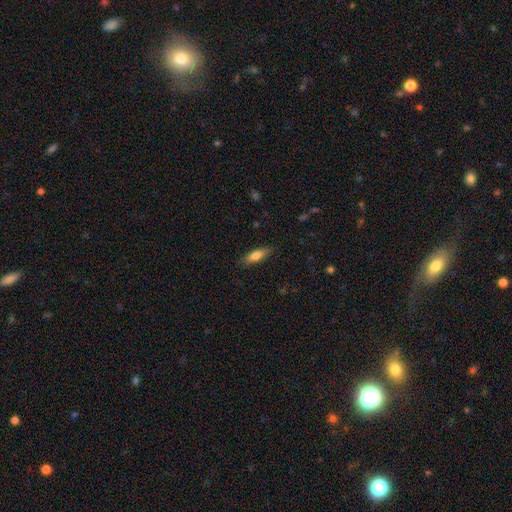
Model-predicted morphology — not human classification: Smooth or featured? Predicted: smooth (p=0.70). How rounded? Predicted: cigar-shaped (p=0.52). Merging? Predicted: none (p=0.86).